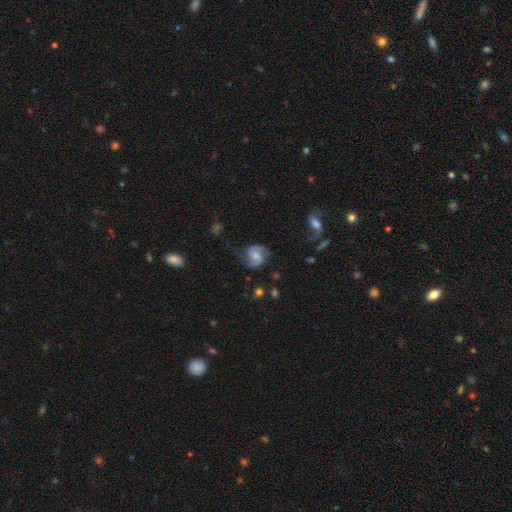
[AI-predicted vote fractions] The model was most divided on "spiral winding": medium: 50%, loose: 28%, tight: 22%. More confident: edge-on disk — no (98%); spiral arms — yes (95%); spiral arm count — 2 (89%); smooth or featured — featured or disk (79%); merging — none (70%); bar — no (57%); bulge size — moderate (55%).